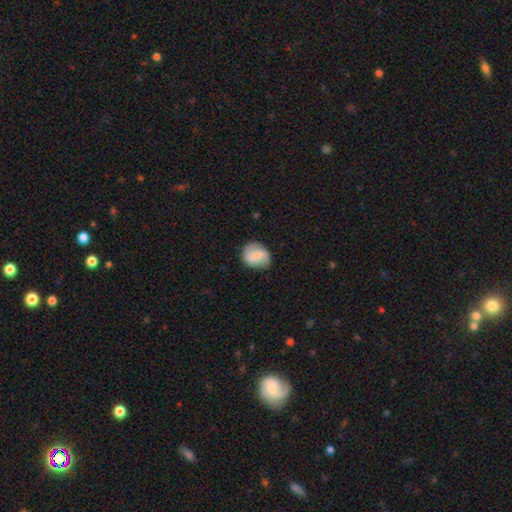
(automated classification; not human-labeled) smooth 57%, featured or disk 35%, star or artifact 8%. Down the decision tree: how rounded — round (67%); merging — none (74%).